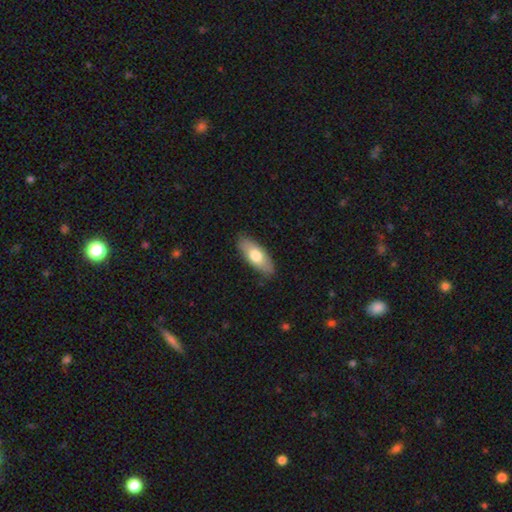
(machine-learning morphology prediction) A smooth galaxy with no disk features (72%) that is in between round and cigar-shaped (77%).

Vote fractions:
- Smooth or featured? smooth: 72% / featured or disk: 22% / star or artifact: 5%
- How rounded? in between: 77% / cigar-shaped: 20% / round: 2%
- Merging? none: 85% / minor disturbance: 11% / major disturbance: 2% / merger: 1%